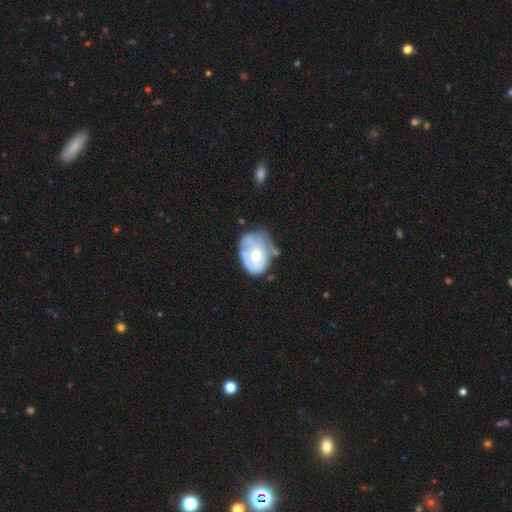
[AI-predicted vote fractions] smooth_or_featured: featured or disk (p=0.54) [alt: smooth p=0.40]
disk_edge_on: no (p=0.96) [alt: yes p=0.04]
bar: no (p=0.83) [alt: weak p=0.14]
has_spiral_arms: no (p=0.62) [alt: yes p=0.38]
bulge_size: moderate (p=0.65) [alt: small p=0.26]
merging: none (p=0.43) [alt: minor disturbance p=0.34]